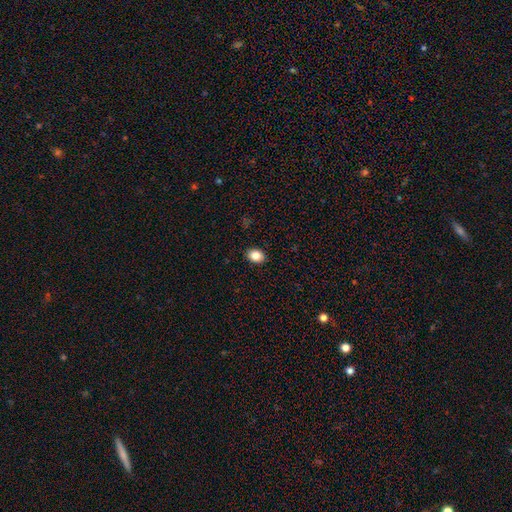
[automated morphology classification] smooth_or_featured: smooth (p=0.86) [alt: star or artifact p=0.09]
how_rounded: in between (p=0.62) [alt: round p=0.37]
merging: none (p=0.91) [alt: minor disturbance p=0.07]